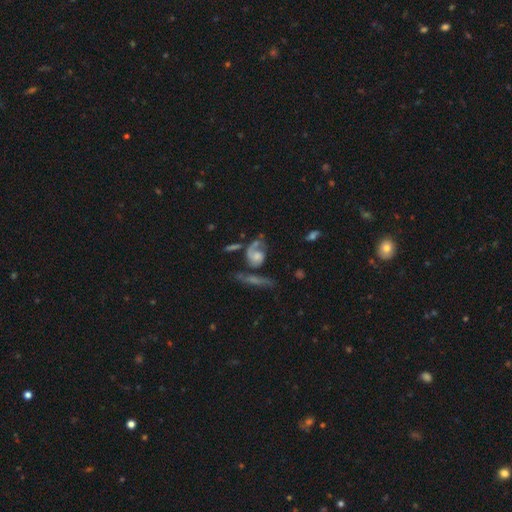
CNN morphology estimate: type=featured or disk (57%); edge-on=no (93%); bar=no (80%); spiral arms=yes (73%); bulge=moderate (33%); merging=major disturbance (31%).